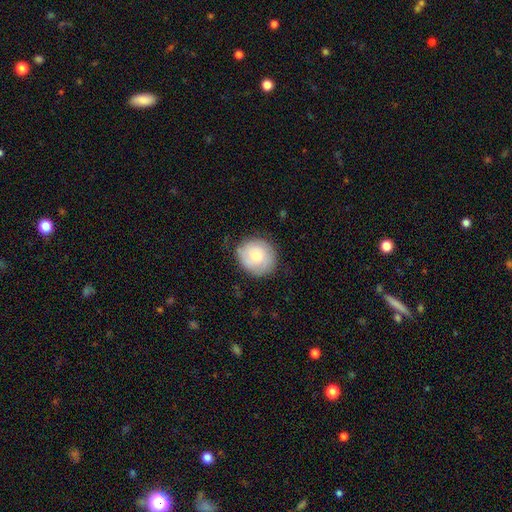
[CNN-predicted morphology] Smooth or featured? Predicted: smooth (p=0.65). How rounded? Predicted: round (p=0.81). Merging? Predicted: none (p=0.75).